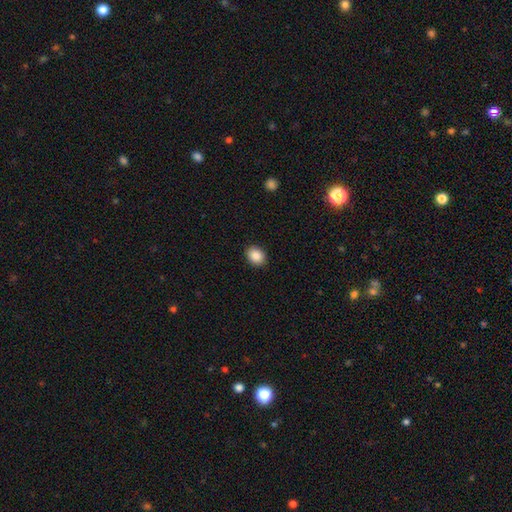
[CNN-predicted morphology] A smooth galaxy with no disk features (88%) that is in between round and cigar-shaped (52%).

Vote fractions:
- Smooth or featured? smooth: 88% / star or artifact: 8% / featured or disk: 4%
- How rounded? in between: 52% / round: 47% / cigar-shaped: 1%
- Merging? none: 90% / minor disturbance: 7% / major disturbance: 2% / merger: 1%